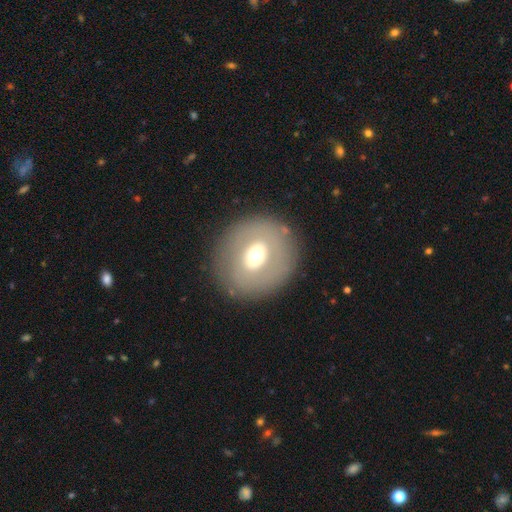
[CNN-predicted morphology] type=smooth (50%); merging=none (84%).